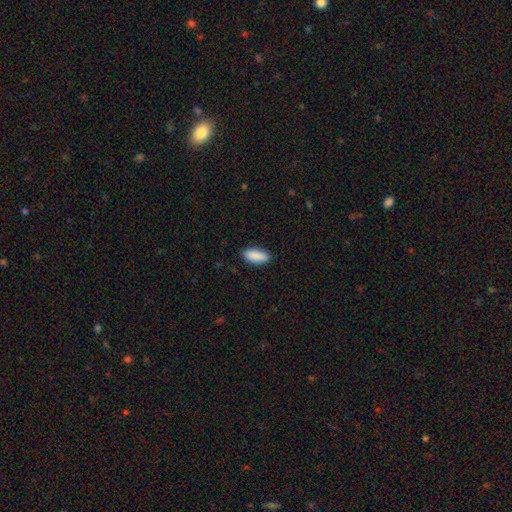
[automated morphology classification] Smooth or featured: smooth — 90% (star or artifact — 6%)
How rounded: in between — 83% (cigar-shaped — 15%)
Merging: none — 88% (minor disturbance — 9%)